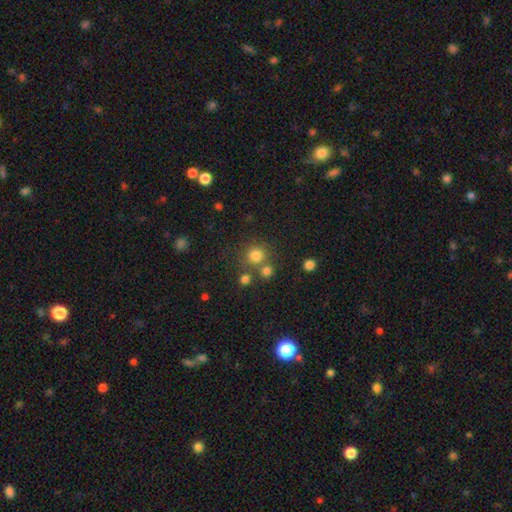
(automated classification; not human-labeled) This is likely a smooth galaxy (77%). How rounded: clearly round (91%). Merging: likely none (67%).